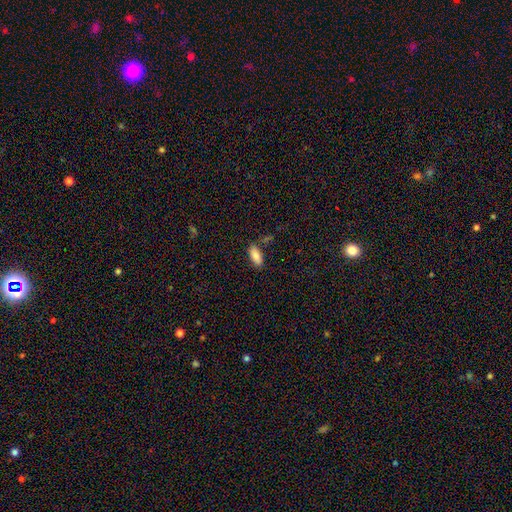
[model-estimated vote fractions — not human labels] This is clearly a smooth galaxy (85%). How rounded: clearly in between (87%). Merging: likely none (80%).